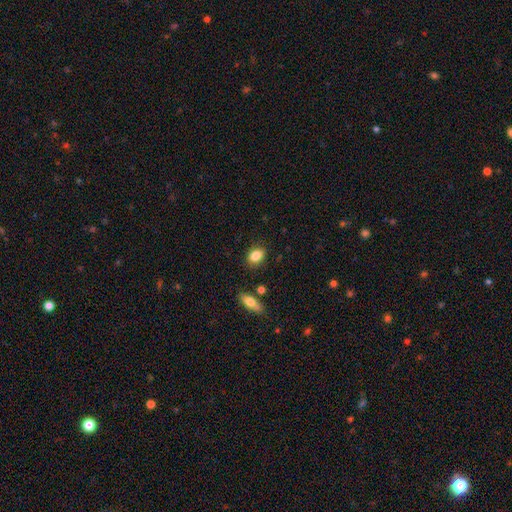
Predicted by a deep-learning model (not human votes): This appears to be a smooth galaxy with no disk features (84%) that is in between round and cigar-shaped (75%). Merging: none (84%).